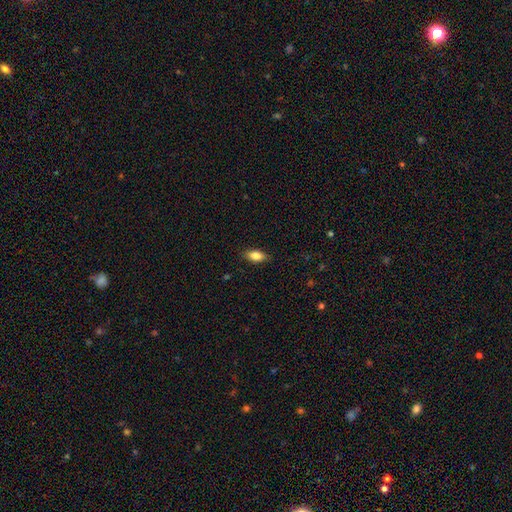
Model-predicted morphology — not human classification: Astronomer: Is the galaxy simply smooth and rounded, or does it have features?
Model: smooth — 84%.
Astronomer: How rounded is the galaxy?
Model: in between — 86%.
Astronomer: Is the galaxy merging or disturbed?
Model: none — 86%.